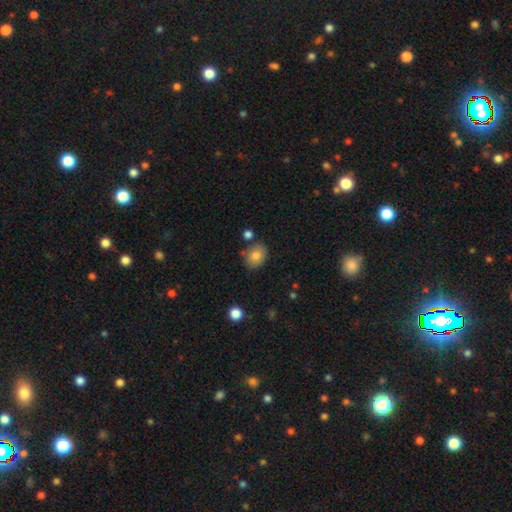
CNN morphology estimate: Smooth or featured?
  - smooth: 81% *
  - featured or disk: 10%
  - star or artifact: 8%
How rounded?
  - in between: 61% *
  - round: 38%
  - cigar-shaped: 1%
Merging?
  - none: 76% *
  - minor disturbance: 15%
  - merger: 6%
  - major disturbance: 3%